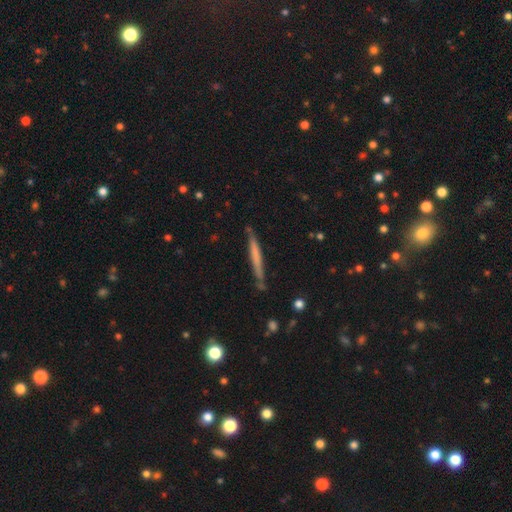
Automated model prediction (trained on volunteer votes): Smooth or featured? smooth (54%)
How rounded? cigar-shaped (96%)
Merging? none (82%)